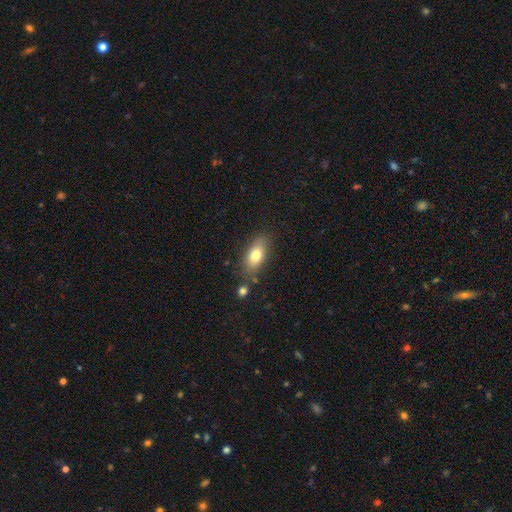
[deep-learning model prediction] smooth-or-featured: smooth: 75% | featured or disk: 17% | star or artifact: 8%
  how-rounded: in between: 83% | cigar-shaped: 10% | round: 6%
  merging: none: 78% | minor disturbance: 14% | merger: 5% | major disturbance: 4%